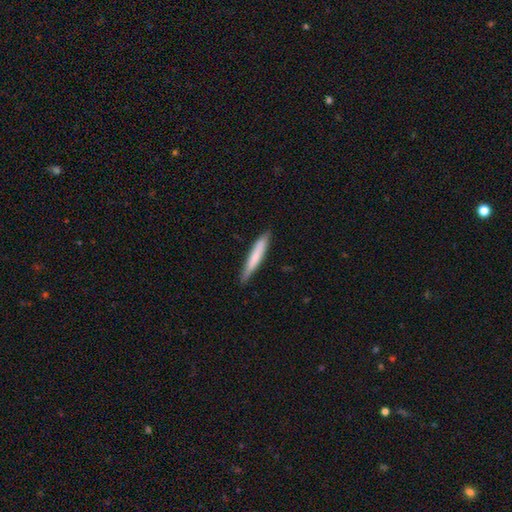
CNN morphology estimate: A smooth galaxy with no disk features (70%) that is cigar-shaped (94%).

Vote fractions:
- Smooth or featured? smooth: 70% / featured or disk: 24% / star or artifact: 5%
- How rounded? cigar-shaped: 94% / in between: 5% / round: 1%
- Merging? none: 85% / minor disturbance: 12% / major disturbance: 2% / merger: 1%